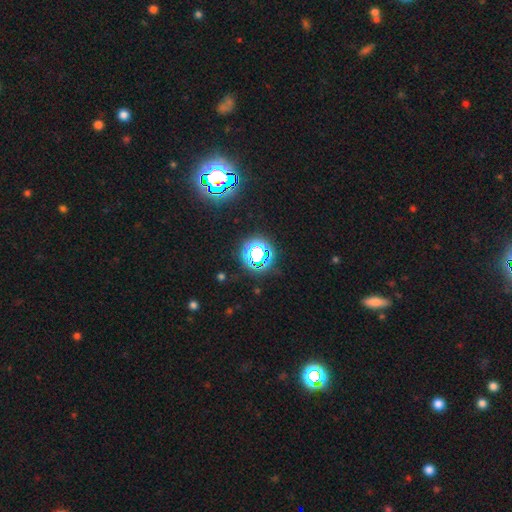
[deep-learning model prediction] Smooth or featured: star or artifact — 73% (smooth — 19%)